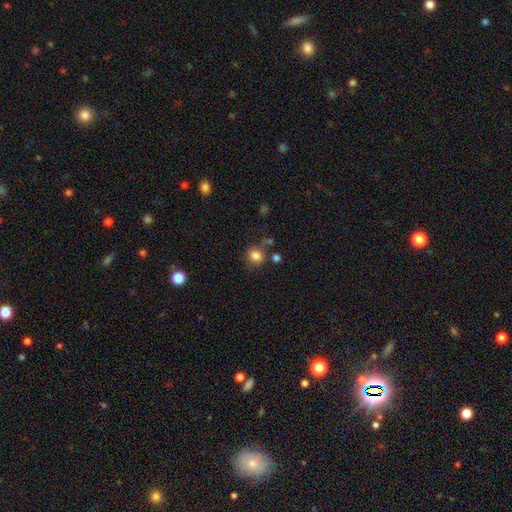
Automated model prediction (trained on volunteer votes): Smooth or featured? Predicted: smooth (p=0.83). How rounded? Predicted: round (p=0.76). Merging? Predicted: none (p=0.69).